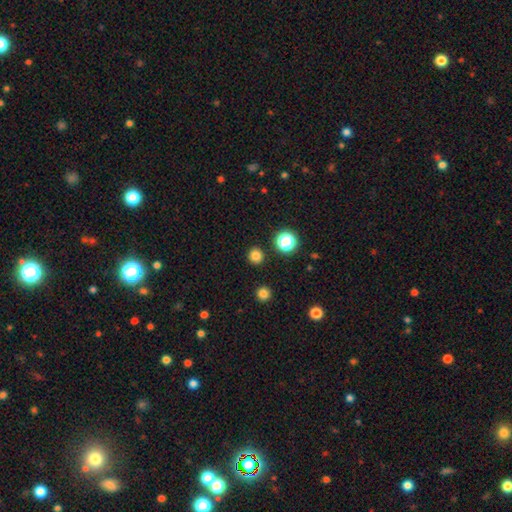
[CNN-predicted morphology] The model was most divided on "smooth or featured": smooth: 79%, star or artifact: 16%, featured or disk: 4%. More confident: how rounded — round (93%); merging — none (91%).